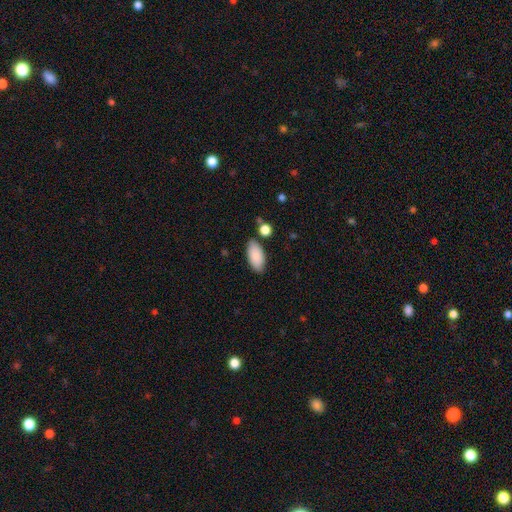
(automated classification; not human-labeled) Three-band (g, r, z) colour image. It shows a smooth galaxy with no disk features (87%) that is in between round and cigar-shaped (93%). Merging: none (80%).